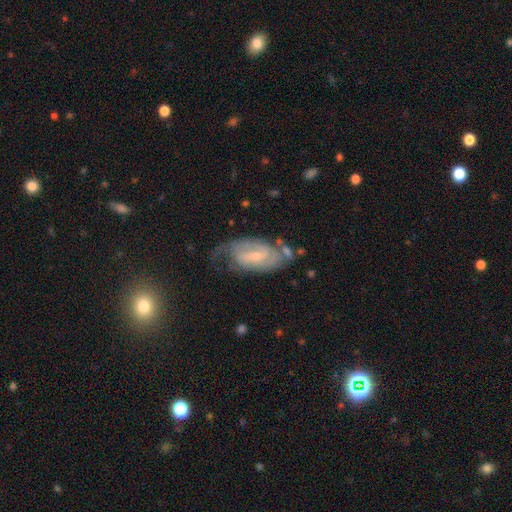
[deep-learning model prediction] The model was most divided on "spiral winding": tight: 46%, medium: 40%, loose: 14%. More confident: edge-on disk — no (95%); spiral arms — yes (92%); smooth or featured — featured or disk (79%); bulge size — small (65%); spiral arm count — 2 (56%); merging — none (55%); bar — weak (51%).